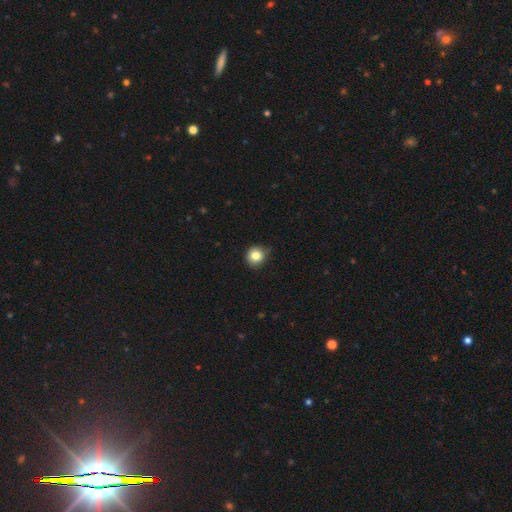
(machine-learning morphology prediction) This appears to be a smooth galaxy with no disk features (83%) that is round (90%). Merging: none (77%).